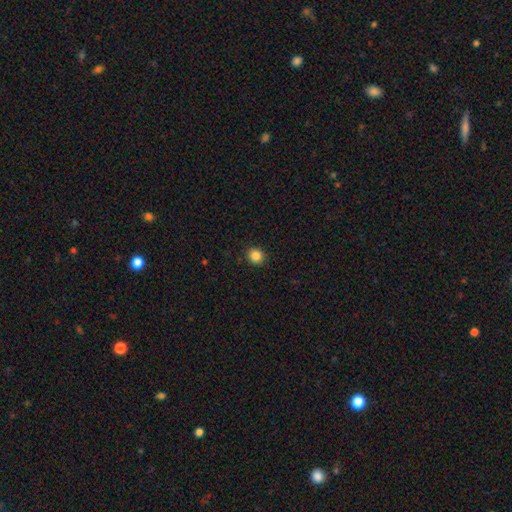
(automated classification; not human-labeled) This is clearly a smooth galaxy (86%). How rounded: clearly round (84%). Merging: clearly none (92%).